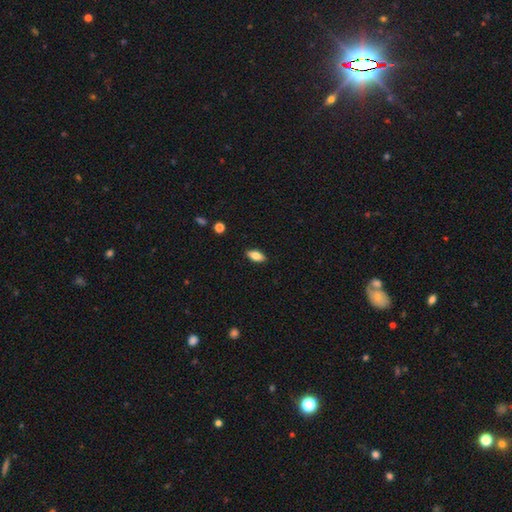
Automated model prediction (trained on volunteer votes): Morphology: type=smooth (79%); roundness=in between (86%); merging=none (89%).